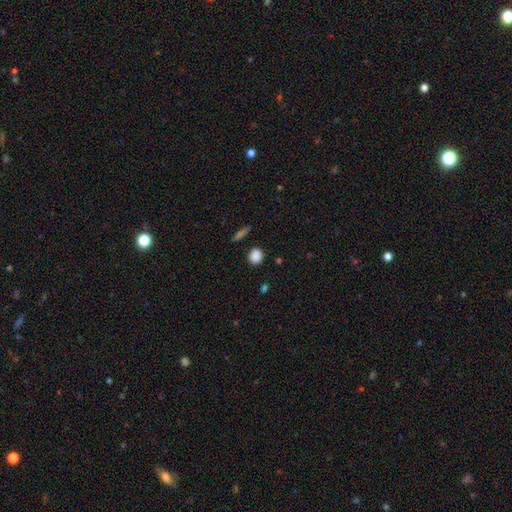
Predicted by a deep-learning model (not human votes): This is clearly a smooth galaxy (86%). How rounded: likely round (73%). Merging: clearly none (86%).